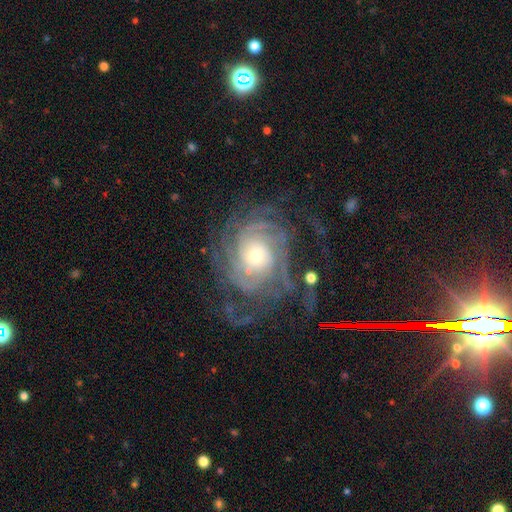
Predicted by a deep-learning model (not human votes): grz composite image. It shows a featured or disk galaxy (88%) with no bar (77%), tight (66%) spiral arms (96%) and a small central bulge (50%). Merging: none (59%).